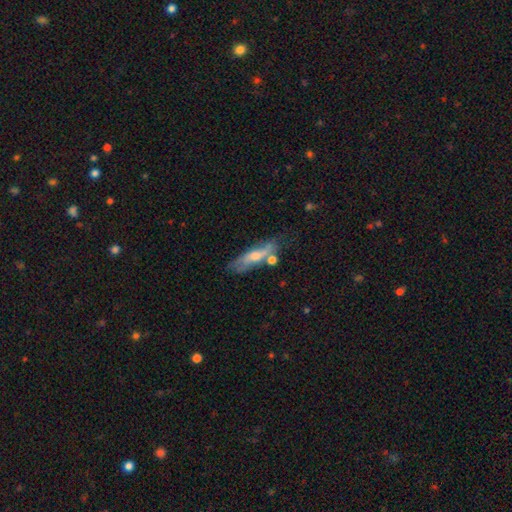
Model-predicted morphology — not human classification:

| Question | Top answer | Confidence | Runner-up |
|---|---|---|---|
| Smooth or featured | smooth | 47% | featured or disk (45%) |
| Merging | none | 54% | minor disturbance (24%) |